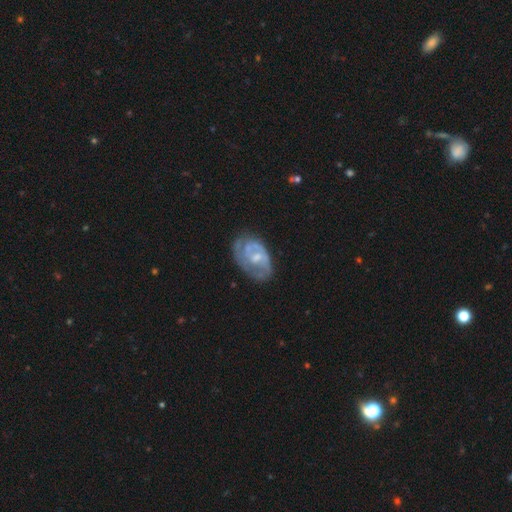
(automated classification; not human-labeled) Overall: featured or disk (71%). Edge-on disk: no (96%). Bar: no (64%; weak 31%). Spiral arms: yes (65%; no 35%). Bulge size: moderate (47%; small 39%). Merging: none (56%; minor disturbance 27%).